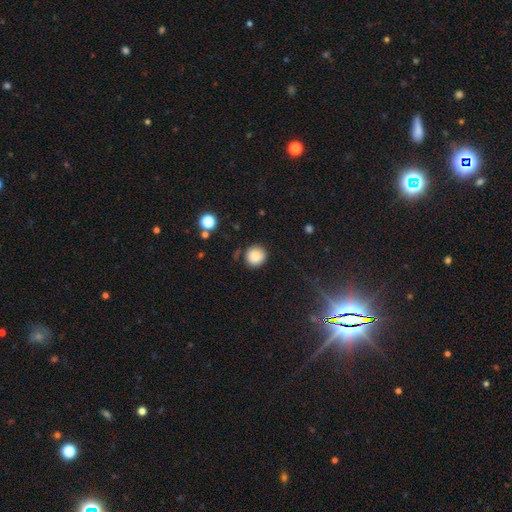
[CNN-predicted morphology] smooth 82%, star or artifact 10%, featured or disk 8%. Down the decision tree: how rounded — round (90%); merging — none (83%).